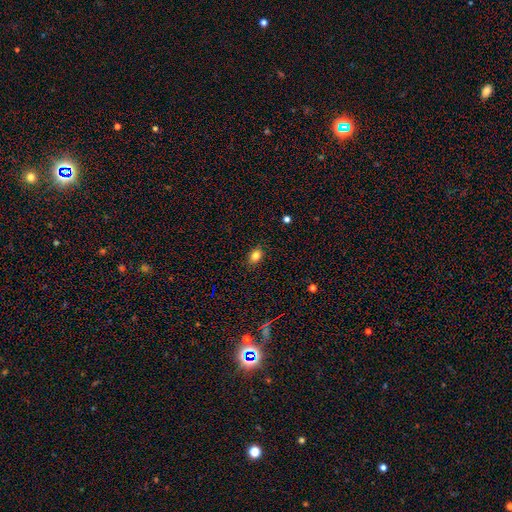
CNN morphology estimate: The model was most divided on "how rounded": in between: 74%, round: 24%, cigar-shaped: 2%. More confident: merging — none (87%); smooth or featured — smooth (81%).